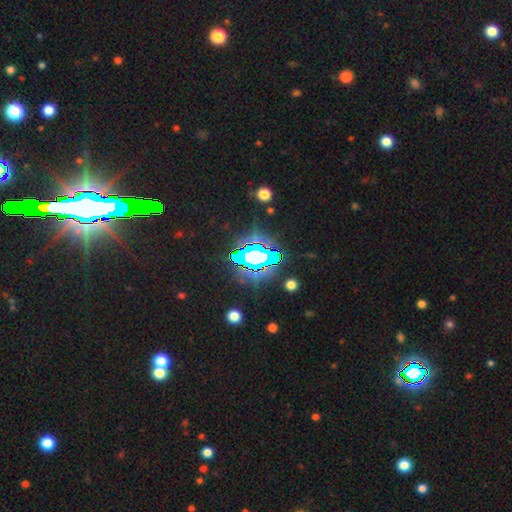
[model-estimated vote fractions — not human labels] The model was most divided on "smooth or featured": star or artifact: 67%, smooth: 18%, featured or disk: 15%.